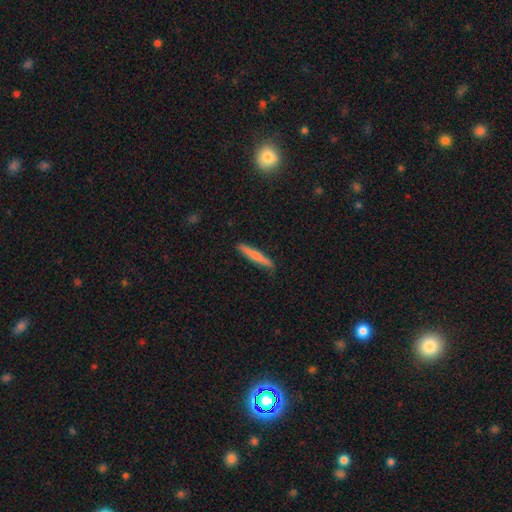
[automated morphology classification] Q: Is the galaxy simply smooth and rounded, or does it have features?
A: smooth — 72%.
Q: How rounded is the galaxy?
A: cigar-shaped — 95%.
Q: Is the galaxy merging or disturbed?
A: none — 88%.